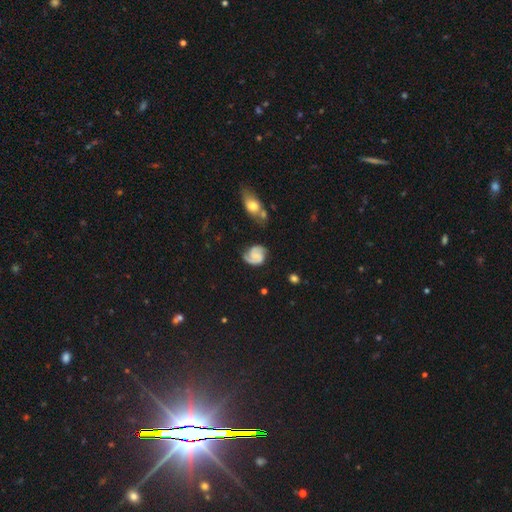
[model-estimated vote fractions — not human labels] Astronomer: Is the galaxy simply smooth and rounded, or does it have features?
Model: featured or disk — 76%.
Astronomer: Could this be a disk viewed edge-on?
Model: no — 97%.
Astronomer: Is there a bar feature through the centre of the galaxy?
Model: no — 57% (runner-up: weak, 35%).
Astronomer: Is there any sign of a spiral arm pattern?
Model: yes — 96%.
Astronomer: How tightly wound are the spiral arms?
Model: medium — 45% (runner-up: tight, 42%).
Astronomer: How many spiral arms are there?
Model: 2 — 85%.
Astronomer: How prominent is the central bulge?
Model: none — 40% (runner-up: small, 37%).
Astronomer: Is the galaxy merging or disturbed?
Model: none — 69%.